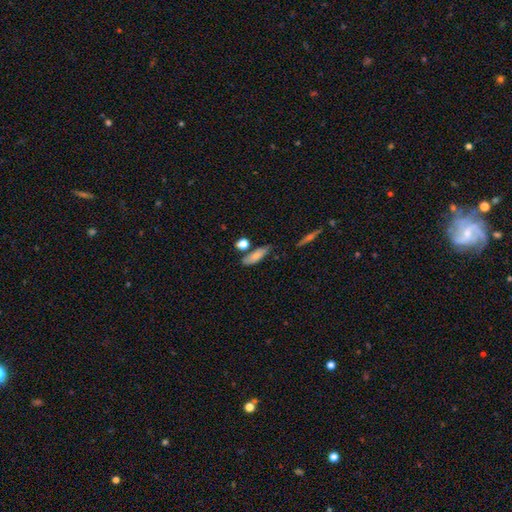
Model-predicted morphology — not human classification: Q: Smooth or featured?
A: smooth (78%); runner-up: featured or disk (14%)
Q: How rounded?
A: in between (57%); runner-up: cigar-shaped (38%)
Q: Merging?
A: none (66%); runner-up: minor disturbance (18%)